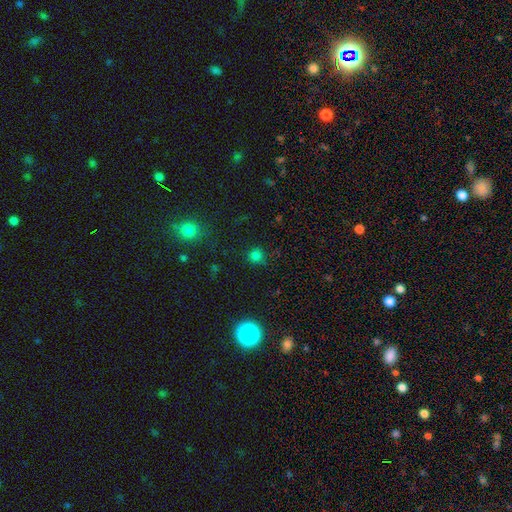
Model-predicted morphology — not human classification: smooth 73%, star or artifact 23%, featured or disk 4%. Down the decision tree: how rounded — round (91%); merging — none (82%).